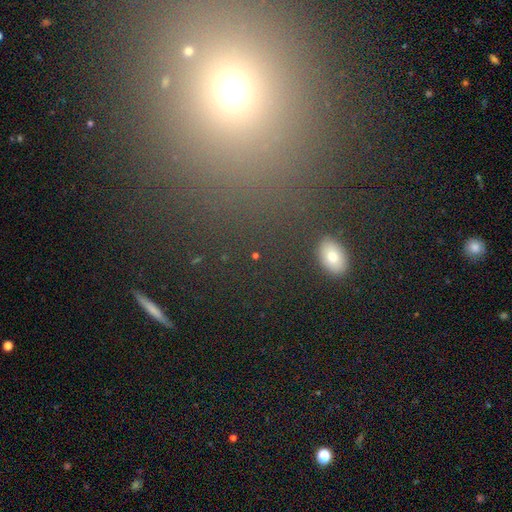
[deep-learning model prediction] smooth 52%, star or artifact 35%, featured or disk 12%. Down the decision tree: how rounded — in between (47%); merging — none (87%).